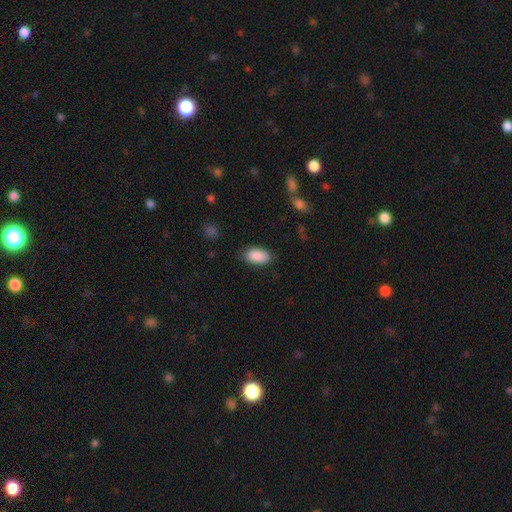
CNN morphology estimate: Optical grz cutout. It shows a smooth galaxy with no disk features (90%) that is in between round and cigar-shaped (95%). Merging: none (84%).